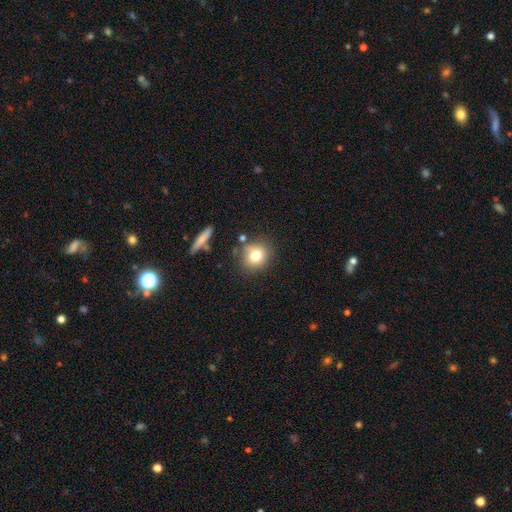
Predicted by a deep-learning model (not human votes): smooth 77%, featured or disk 12%, star or artifact 11%. Down the decision tree: how rounded — round (83%); merging — none (75%).